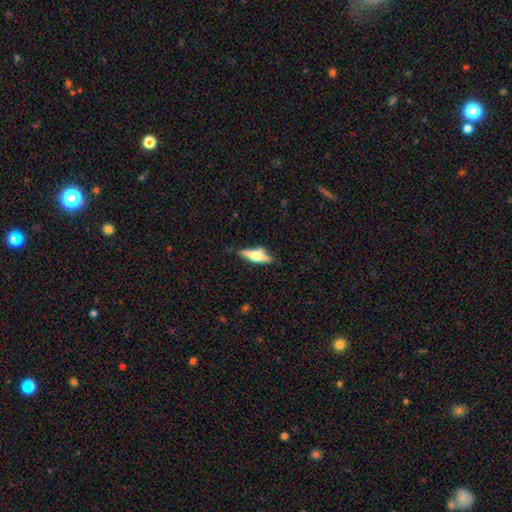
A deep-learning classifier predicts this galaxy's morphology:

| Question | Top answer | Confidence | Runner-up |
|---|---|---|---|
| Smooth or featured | featured or disk | 52% | smooth (41%) |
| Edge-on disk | yes | 92% | no (8%) |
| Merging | none | 71% | minor disturbance (19%) |